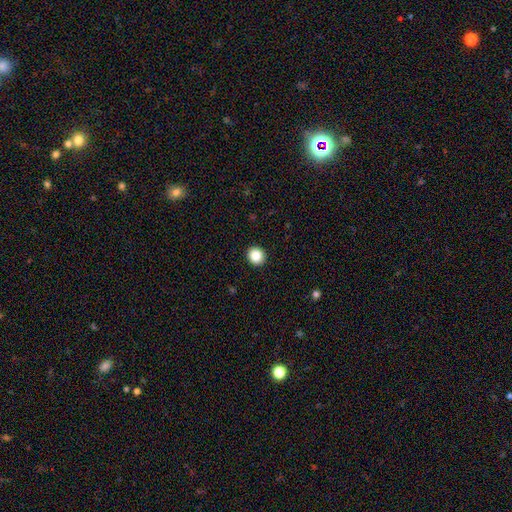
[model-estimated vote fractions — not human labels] smooth-or-featured: smooth: 87% | star or artifact: 10% | featured or disk: 3%
  how-rounded: round: 90% | in between: 9% | cigar-shaped: 1%
  merging: none: 93% | minor disturbance: 4% | major disturbance: 2% | merger: 1%